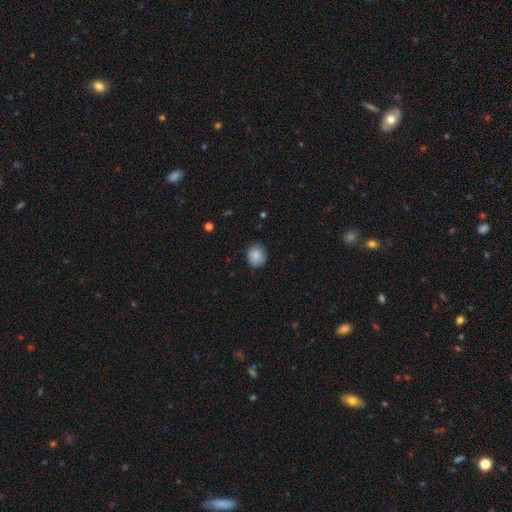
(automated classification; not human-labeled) A smooth galaxy with no disk features (87%) that is round (73%).

Vote fractions:
- Smooth or featured? smooth: 87% / star or artifact: 8% / featured or disk: 5%
- How rounded? round: 73% / in between: 26% / cigar-shaped: 1%
- Merging? none: 84% / minor disturbance: 13% / major disturbance: 2% / merger: 1%